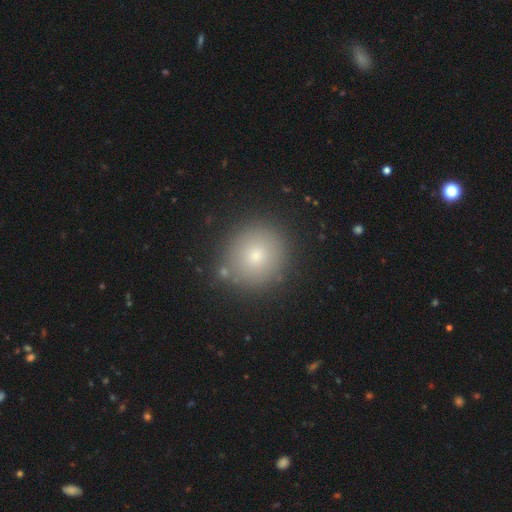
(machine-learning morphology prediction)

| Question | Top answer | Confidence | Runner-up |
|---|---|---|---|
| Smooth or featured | smooth | 76% | star or artifact (13%) |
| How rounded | round | 92% | in between (7%) |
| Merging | none | 87% | minor disturbance (8%) |